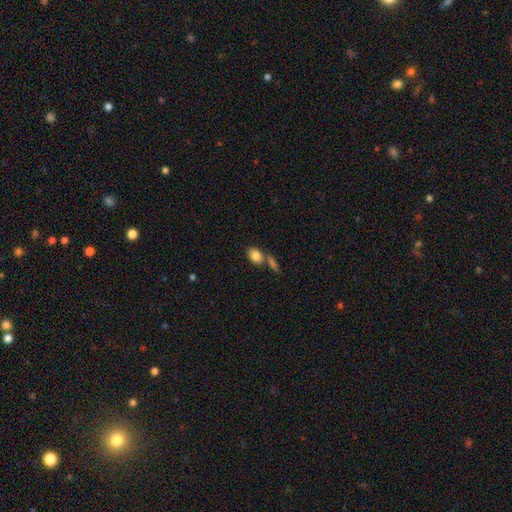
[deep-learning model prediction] The model was most divided on "merging": none: 53%, merger: 31%, minor disturbance: 11%, major disturbance: 4%. More confident: smooth or featured — smooth (83%); how rounded — in between (80%).